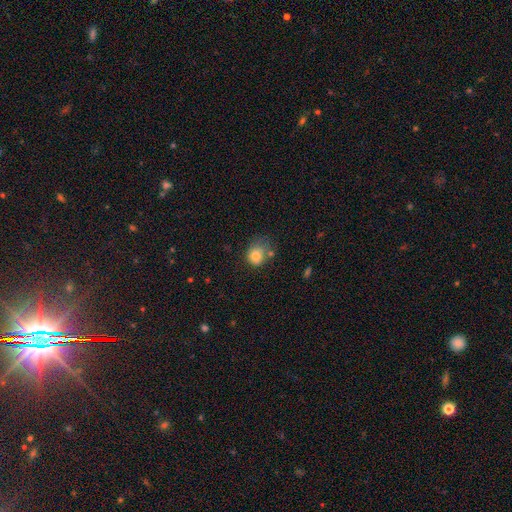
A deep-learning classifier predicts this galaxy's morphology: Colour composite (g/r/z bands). It shows a smooth galaxy with no disk features (79%) that is round (59%). Merging: none (37%).